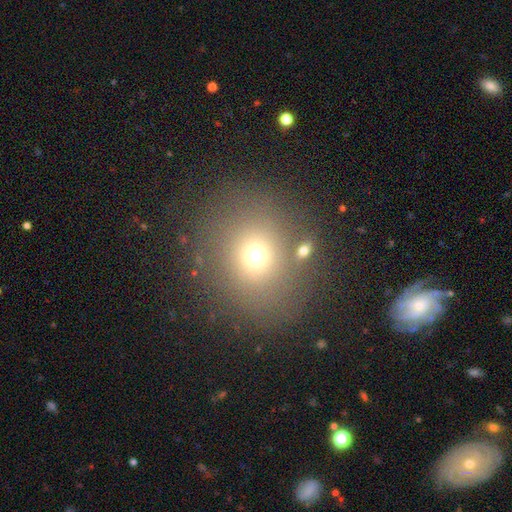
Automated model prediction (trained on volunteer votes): Overall: smooth (67%). How rounded: round (76%). Merging: none (76%).